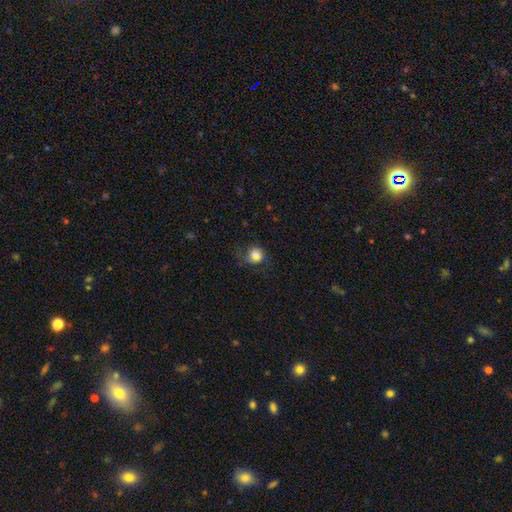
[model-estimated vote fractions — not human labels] Smooth or featured: smooth — 77% (featured or disk — 14%)
How rounded: round — 79% (in between — 20%)
Merging: none — 56% (minor disturbance — 23%)